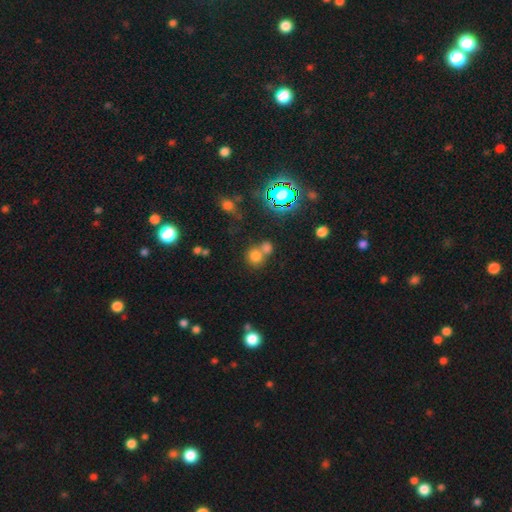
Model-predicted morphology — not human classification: Smooth or featured?
  - smooth: 69% *
  - star or artifact: 22%
  - featured or disk: 9%
How rounded?
  - round: 84% *
  - in between: 15%
  - cigar-shaped: 1%
Merging?
  - merger: 45% * (tied)
  - none: 45% * (tied)
  - minor disturbance: 7%
  - major disturbance: 4%